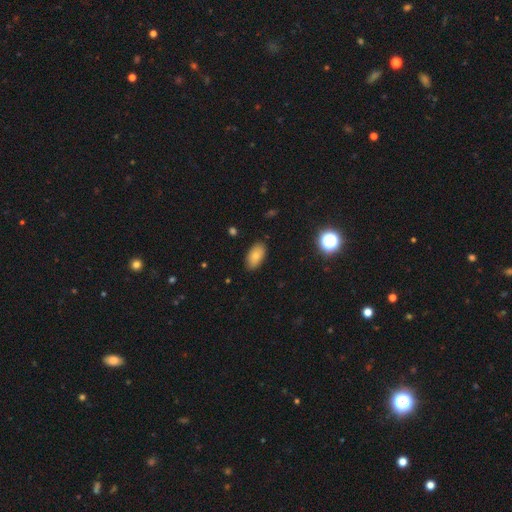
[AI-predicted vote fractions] A smooth galaxy with no disk features (77%) that is in between round and cigar-shaped (93%). Merging: none (85%).